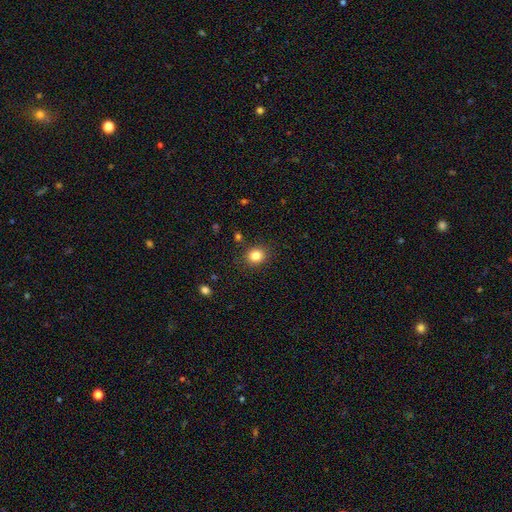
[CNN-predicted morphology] Overall: smooth (83%). How rounded: round (74%). Merging: none (88%).